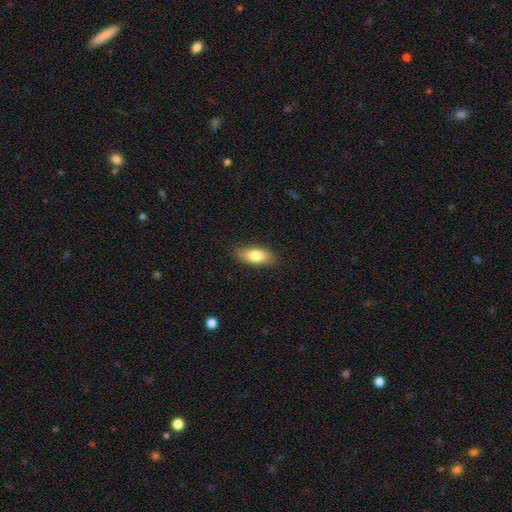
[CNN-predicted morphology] A smooth galaxy with no disk features (78%) that is in between round and cigar-shaped (80%).

Vote fractions:
- Smooth or featured? smooth: 78% / featured or disk: 16% / star or artifact: 7%
- How rounded? in between: 80% / cigar-shaped: 16% / round: 4%
- Merging? none: 86% / minor disturbance: 11% / major disturbance: 2% / merger: 1%